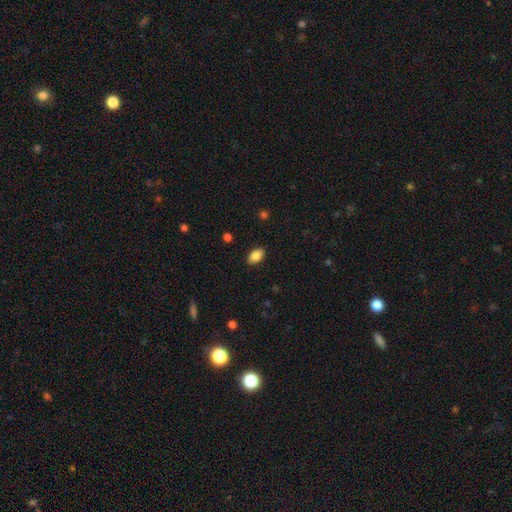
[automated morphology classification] This appears to be a smooth galaxy with no disk features (86%) that is in between round and cigar-shaped (90%). Merging: none (88%).